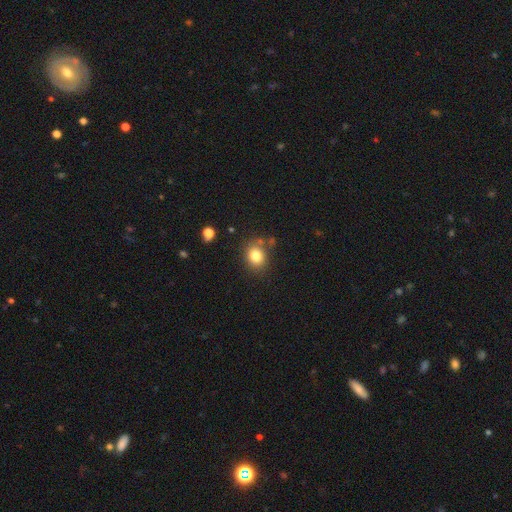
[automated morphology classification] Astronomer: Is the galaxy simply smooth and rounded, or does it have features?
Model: smooth — 81%.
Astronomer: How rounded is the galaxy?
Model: round — 65%.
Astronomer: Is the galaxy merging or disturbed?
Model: none — 76%.